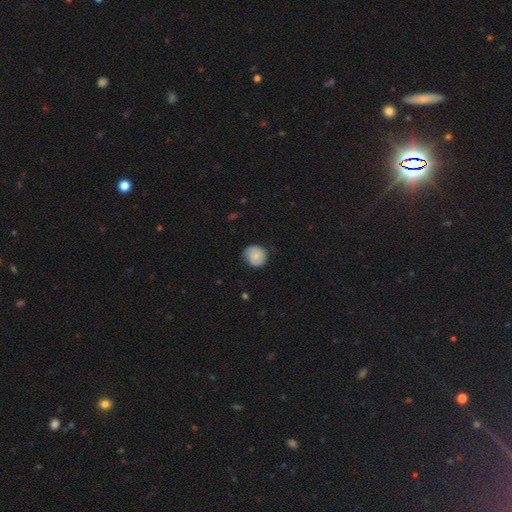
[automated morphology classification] Smooth or featured?
  - smooth: 68% *
  - featured or disk: 25%
  - star or artifact: 7%
How rounded?
  - round: 81% *
  - in between: 18%
  - cigar-shaped: 1%
Merging?
  - none: 70% *
  - minor disturbance: 25%
  - major disturbance: 5%
  - merger: 1%